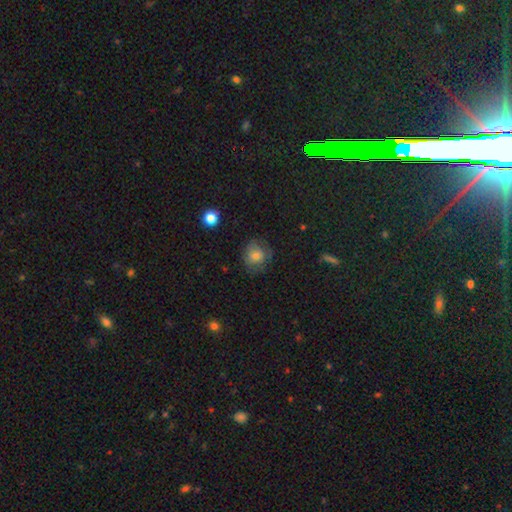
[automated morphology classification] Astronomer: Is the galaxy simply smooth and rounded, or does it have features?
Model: smooth — 67%.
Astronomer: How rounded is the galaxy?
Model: round — 78%.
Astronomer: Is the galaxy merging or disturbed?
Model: none — 64%.